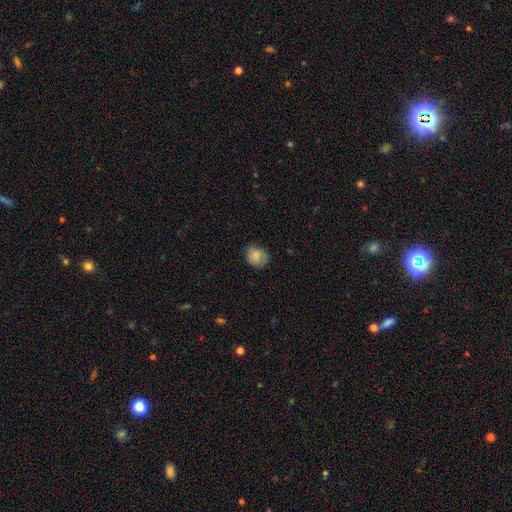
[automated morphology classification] Overall: smooth (75%). How rounded: round (58%; in between 41%). Merging: none (66%).